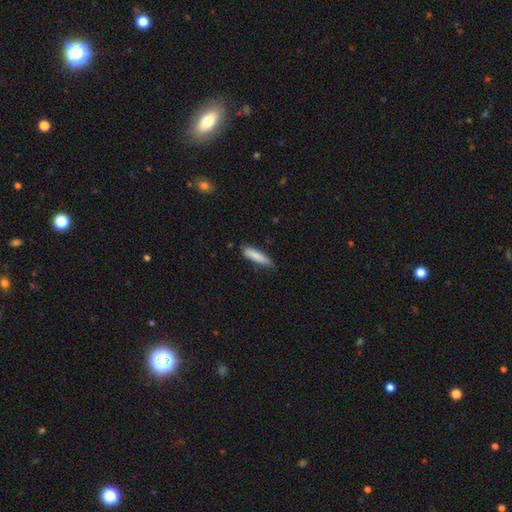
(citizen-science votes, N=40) smooth 92%, featured or disk 5%, star or artifact 2%. Down the decision tree: how rounded — cigar-shaped (89%); merging — none (72%).